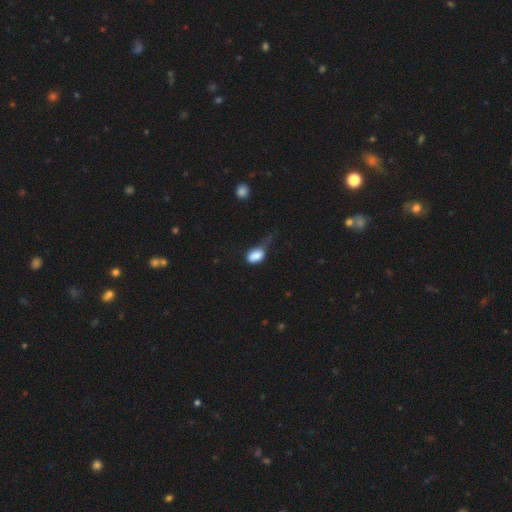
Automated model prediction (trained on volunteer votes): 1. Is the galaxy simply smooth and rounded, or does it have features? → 80% smooth, 11% featured or disk, 9% star or artifact.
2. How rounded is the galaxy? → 81% in between, 16% round, 3% cigar-shaped.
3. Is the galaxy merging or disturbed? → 42% major disturbance, 35% minor disturbance, 17% none, 6% merger.